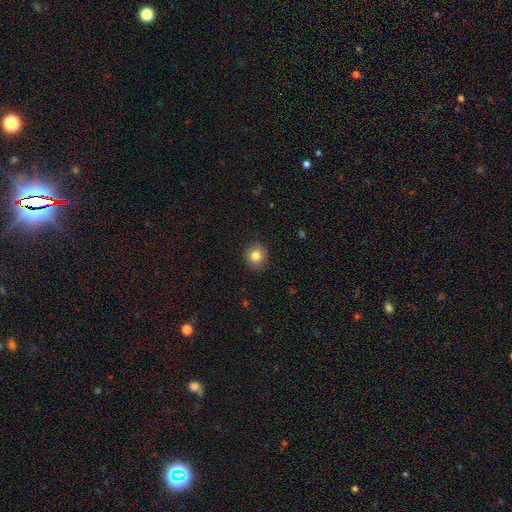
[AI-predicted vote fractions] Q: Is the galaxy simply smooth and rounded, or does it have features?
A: smooth — 83%.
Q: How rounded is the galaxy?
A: round — 87%.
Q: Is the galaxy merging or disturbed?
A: none — 90%.